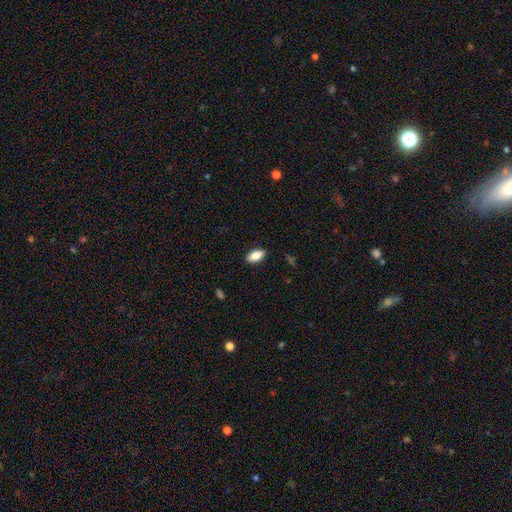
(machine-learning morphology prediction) smooth_or_featured: smooth (p=0.85) [alt: featured or disk p=0.08]
how_rounded: in between (p=0.89) [alt: cigar-shaped p=0.08]
merging: none (p=0.88) [alt: minor disturbance p=0.09]